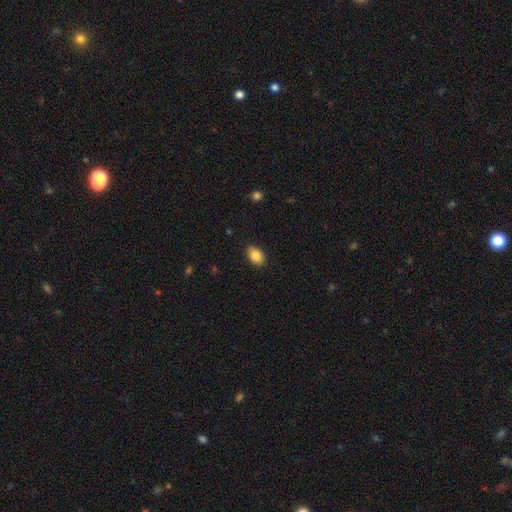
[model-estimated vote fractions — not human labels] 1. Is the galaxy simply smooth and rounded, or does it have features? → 87% smooth, 8% star or artifact, 5% featured or disk.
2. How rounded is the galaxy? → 84% in between, 15% round, 1% cigar-shaped.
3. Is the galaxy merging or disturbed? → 88% none, 9% minor disturbance, 2% major disturbance, 1% merger.